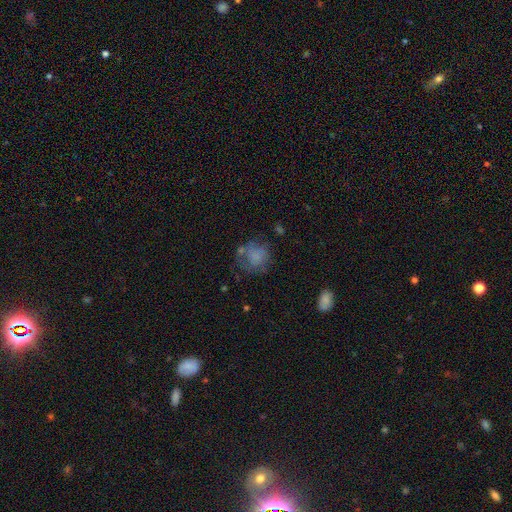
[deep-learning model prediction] Smooth or featured?
  - smooth: 64% *
  - featured or disk: 25%
  - star or artifact: 11%
How rounded?
  - round: 78% *
  - in between: 21%
  - cigar-shaped: 1%
Merging?
  - none: 47% *
  - minor disturbance: 24%
  - major disturbance: 21%
  - merger: 7%